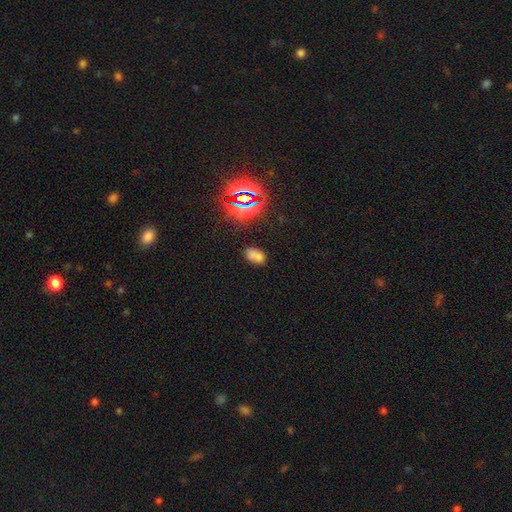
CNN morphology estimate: A smooth galaxy with no disk features (65%) that is in between round and cigar-shaped (87%).

Vote fractions:
- Smooth or featured? smooth: 65% / star or artifact: 24% / featured or disk: 11%
- How rounded? in between: 87% / round: 11% / cigar-shaped: 2%
- Merging? none: 63% / merger: 16% / minor disturbance: 16% / major disturbance: 6%